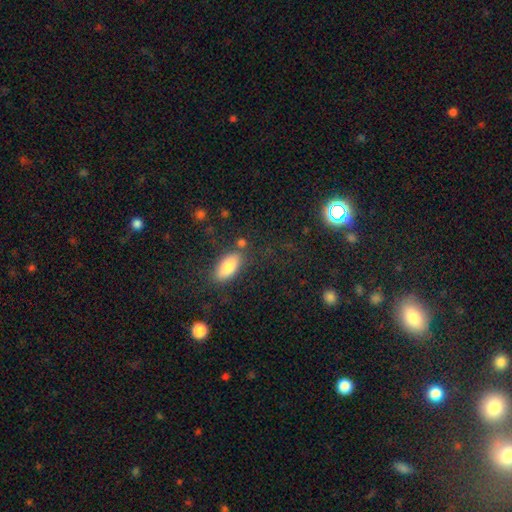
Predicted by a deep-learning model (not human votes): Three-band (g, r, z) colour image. It shows a smooth galaxy with no disk features (58%) that is in between round and cigar-shaped (70%). Merging: none (66%).